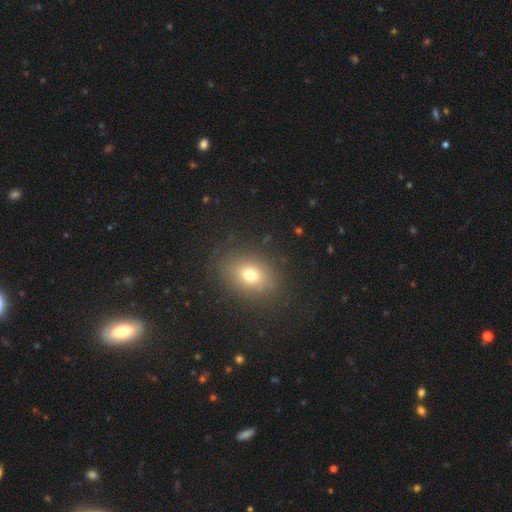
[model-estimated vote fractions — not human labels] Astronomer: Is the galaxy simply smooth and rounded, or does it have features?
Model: smooth — 68%.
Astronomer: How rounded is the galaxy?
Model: in between — 64%.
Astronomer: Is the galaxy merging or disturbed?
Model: none — 89%.